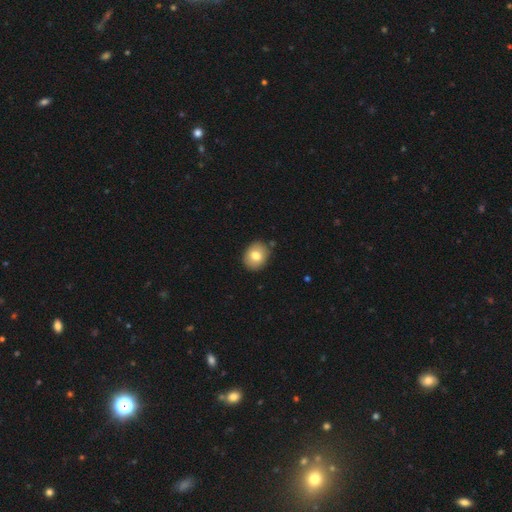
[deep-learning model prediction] This is likely a smooth galaxy (77%). How rounded: possibly round (59%). Merging: clearly none (85%).